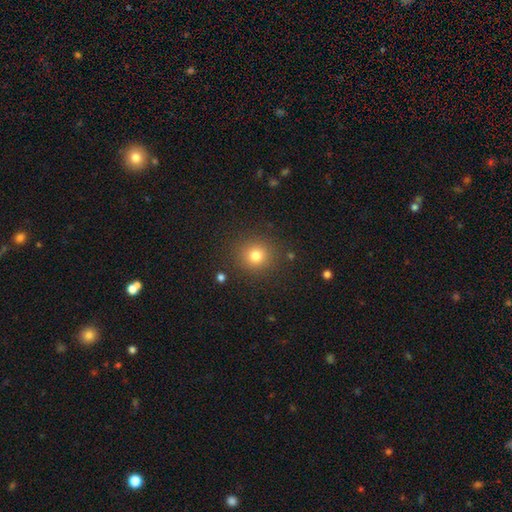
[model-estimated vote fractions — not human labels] Overall: smooth (78%). How rounded: round (91%). Merging: none (88%).